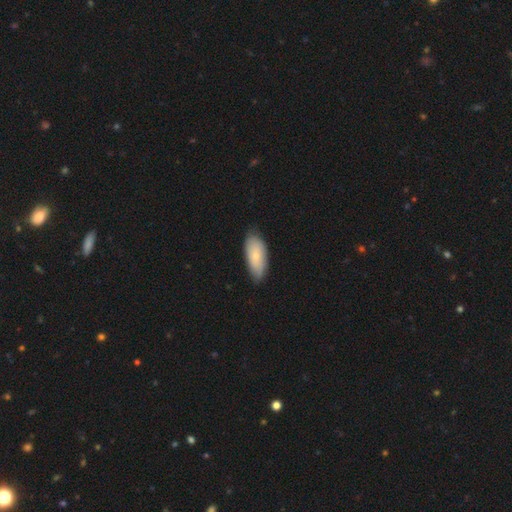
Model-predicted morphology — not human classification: This appears to be a smooth galaxy with no disk features (74%) that is in between round and cigar-shaped (86%). Merging: none (75%).